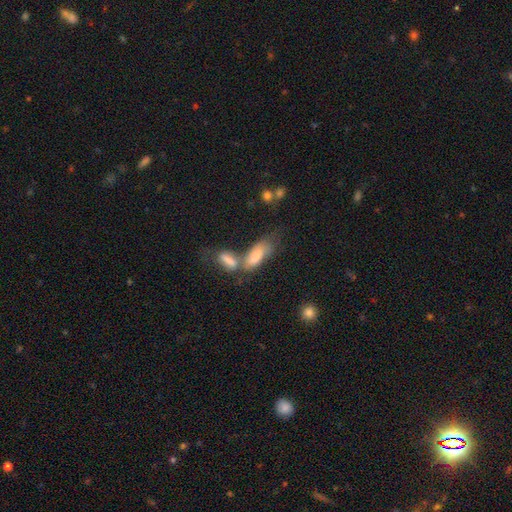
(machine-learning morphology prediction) type=smooth (71%); roundness=in between (71%); merging=merger (58%).